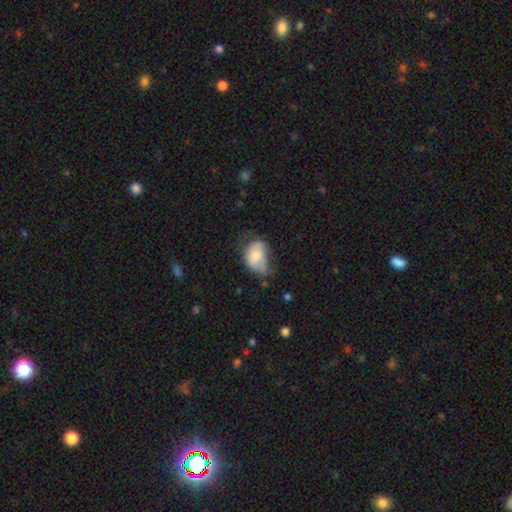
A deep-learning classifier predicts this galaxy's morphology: Q: Smooth or featured?
A: smooth (69%); runner-up: featured or disk (24%)
Q: How rounded?
A: in between (78%); runner-up: round (21%)
Q: Merging?
A: minor disturbance (41%); runner-up: major disturbance (29%)